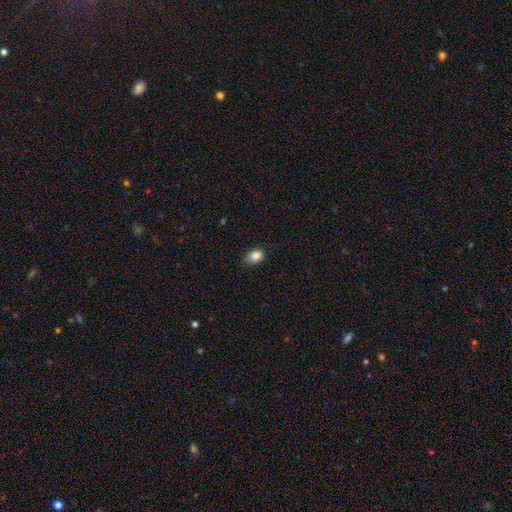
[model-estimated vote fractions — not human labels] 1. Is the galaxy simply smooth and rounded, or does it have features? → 85% smooth, 10% star or artifact, 5% featured or disk.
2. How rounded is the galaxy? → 70% in between, 29% round, 1% cigar-shaped.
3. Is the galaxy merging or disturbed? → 68% none, 26% minor disturbance, 5% major disturbance, 1% merger.